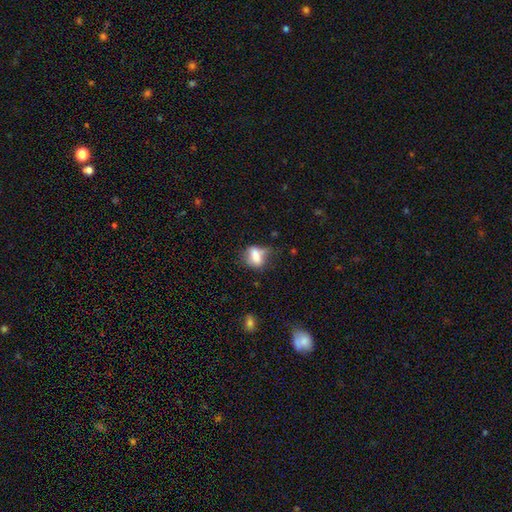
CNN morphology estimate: smooth-or-featured: smooth: 70% | featured or disk: 19% | star or artifact: 11%
  how-rounded: in between: 71% | round: 23% | cigar-shaped: 6%
  merging: none: 38% | minor disturbance: 31% | major disturbance: 20% | merger: 11%